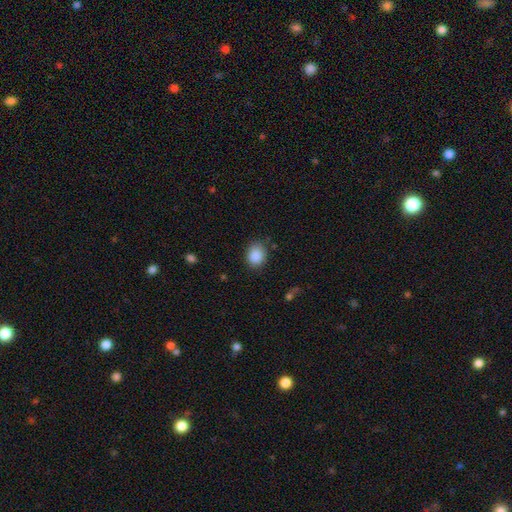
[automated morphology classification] Smooth or featured?
  - smooth: 88% *
  - star or artifact: 8%
  - featured or disk: 4%
How rounded?
  - round: 50% *
  - in between: 49%
  - cigar-shaped: 1%
Merging?
  - none: 80% *
  - minor disturbance: 15%
  - major disturbance: 4%
  - merger: 2%